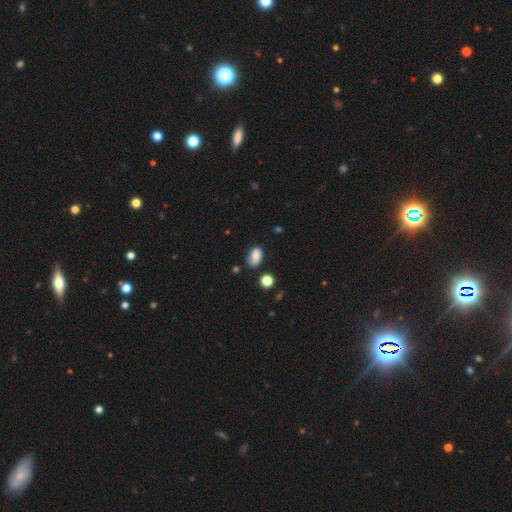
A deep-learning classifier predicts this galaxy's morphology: The model was most divided on "merging": none: 62%, minor disturbance: 27%, major disturbance: 7%, merger: 5%. More confident: how rounded — in between (88%); smooth or featured — smooth (83%).